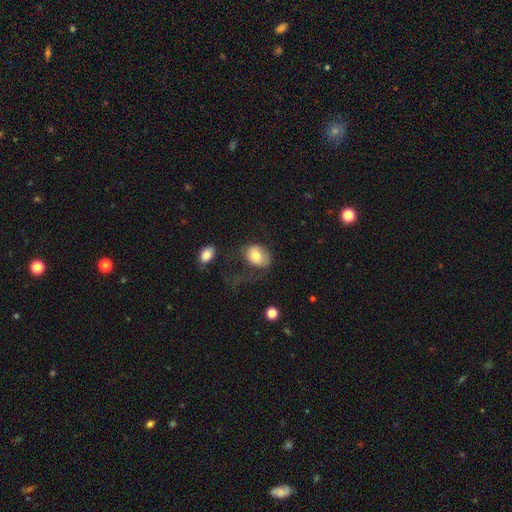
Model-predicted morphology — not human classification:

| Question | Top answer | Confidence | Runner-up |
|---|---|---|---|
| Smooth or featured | smooth | 75% | featured or disk (17%) |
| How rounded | in between | 70% | round (28%) |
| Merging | none | 40% | major disturbance (33%) |